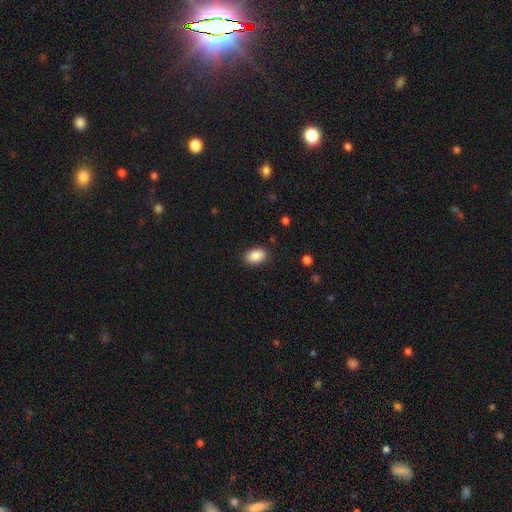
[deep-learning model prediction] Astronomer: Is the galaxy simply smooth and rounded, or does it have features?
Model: smooth — 88%.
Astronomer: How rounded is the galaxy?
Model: in between — 88%.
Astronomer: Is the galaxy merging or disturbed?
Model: none — 86%.